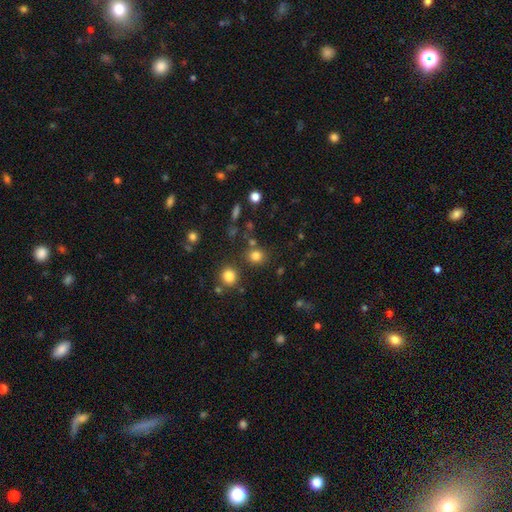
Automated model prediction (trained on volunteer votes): Smooth or featured: smooth — 78% (star or artifact — 16%)
How rounded: round — 82% (in between — 17%)
Merging: none — 77% (merger — 11%)